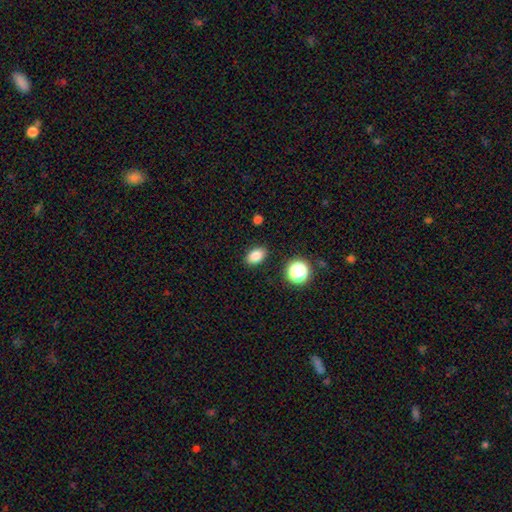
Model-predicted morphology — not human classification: smooth 83%, star or artifact 11%, featured or disk 5%. Down the decision tree: how rounded — in between (83%); merging — none (87%).